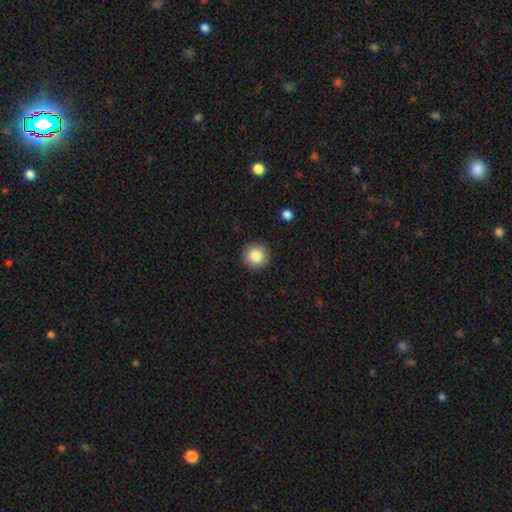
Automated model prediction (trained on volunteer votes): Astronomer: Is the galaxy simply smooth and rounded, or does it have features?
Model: smooth — 84%.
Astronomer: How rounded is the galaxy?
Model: round — 95%.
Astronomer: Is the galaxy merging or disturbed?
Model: none — 92%.